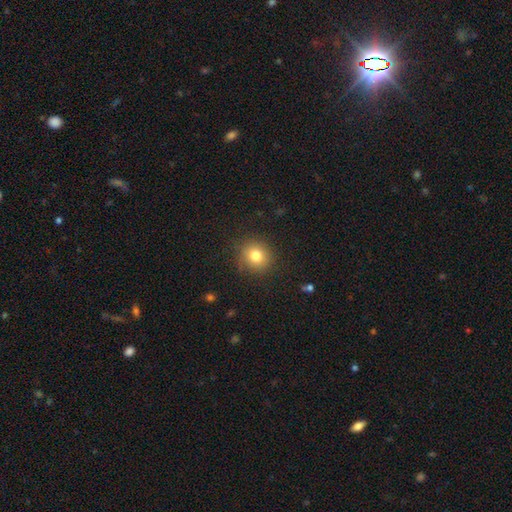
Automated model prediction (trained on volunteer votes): The model was most divided on "smooth or featured": smooth: 79%, star or artifact: 12%, featured or disk: 8%. More confident: how rounded — round (87%); merging — none (87%).